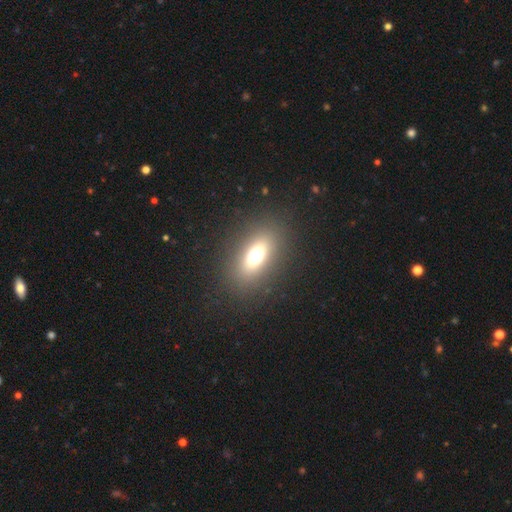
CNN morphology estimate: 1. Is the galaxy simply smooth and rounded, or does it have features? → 64% smooth, 20% featured or disk, 16% star or artifact.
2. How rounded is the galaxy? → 73% in between, 17% round, 9% cigar-shaped.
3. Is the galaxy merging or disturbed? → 86% none, 8% minor disturbance, 5% major disturbance, 1% merger.